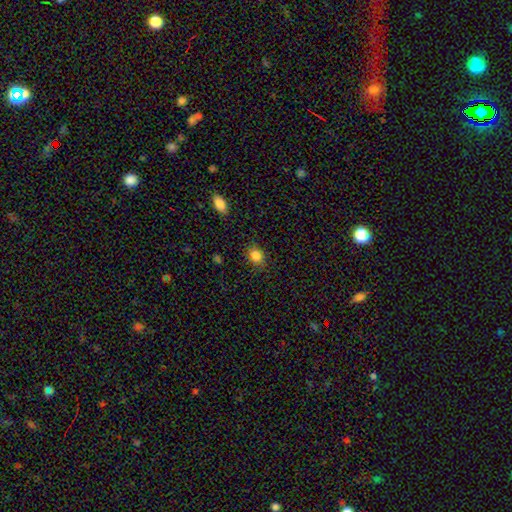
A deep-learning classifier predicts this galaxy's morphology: A smooth galaxy with no disk features (86%) that is round (54%).

Vote fractions:
- Smooth or featured? smooth: 86% / star or artifact: 10% / featured or disk: 4%
- How rounded? round: 54% / in between: 45% / cigar-shaped: 1%
- Merging? none: 81% / minor disturbance: 14% / major disturbance: 4% / merger: 1%